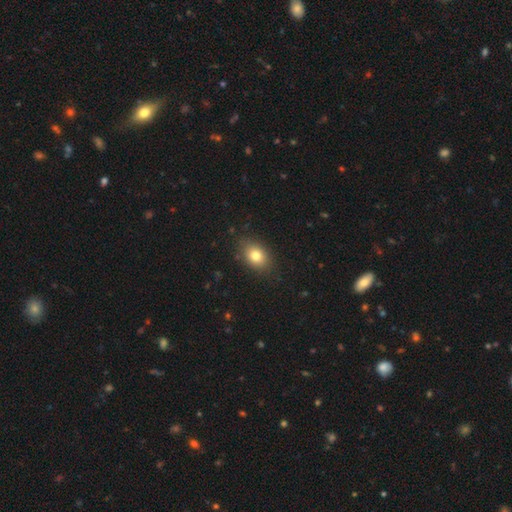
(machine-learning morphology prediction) This is clearly a smooth galaxy (80%). How rounded: likely in between (72%). Merging: clearly none (85%).